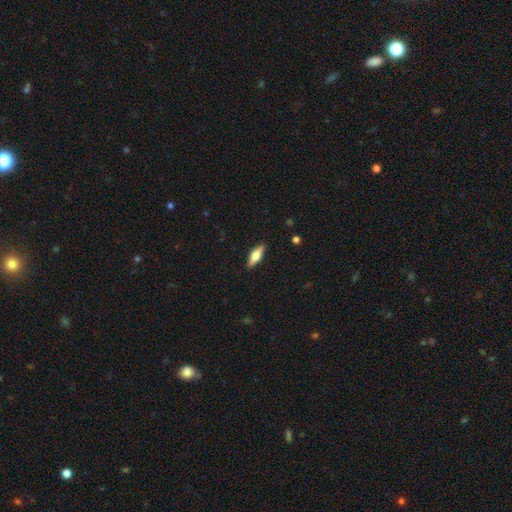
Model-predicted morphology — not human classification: type=smooth (49%); merging=none (89%).